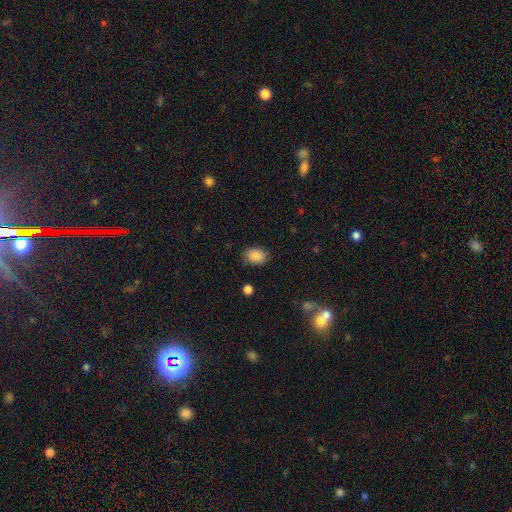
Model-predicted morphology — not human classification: Smooth or featured: smooth — 89% (star or artifact — 8%)
How rounded: in between — 80% (round — 19%)
Merging: none — 84% (minor disturbance — 12%)